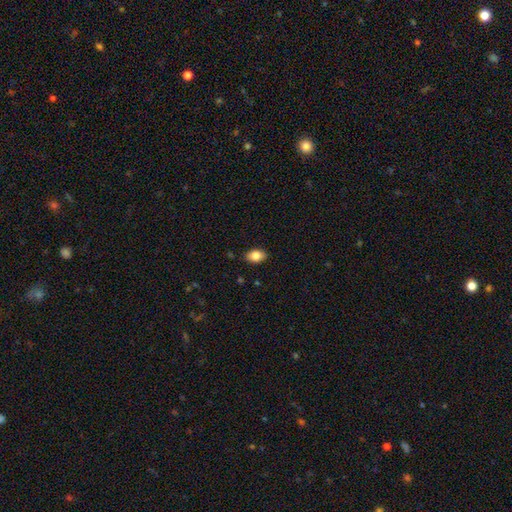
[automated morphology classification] This is clearly a smooth galaxy (83%). How rounded: clearly in between (86%). Merging: clearly none (87%).